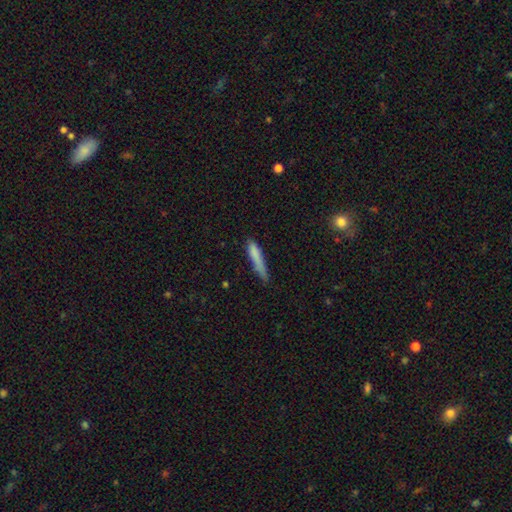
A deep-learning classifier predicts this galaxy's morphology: This appears to be a smooth galaxy with no disk features (79%) that is cigar-shaped (90%). Merging: none (62%).